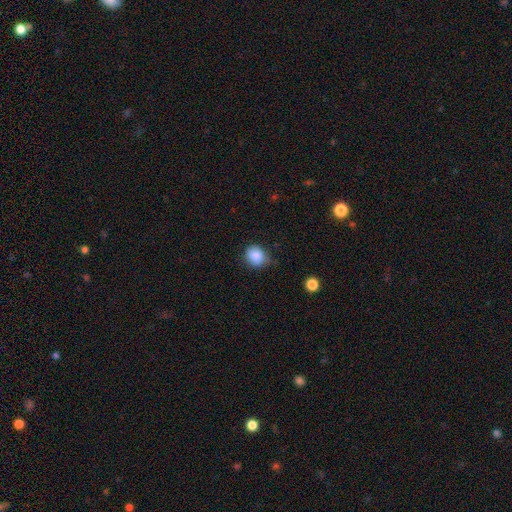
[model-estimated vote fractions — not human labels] A smooth galaxy with no disk features (87%) that is round (67%). Merging: none (71%).